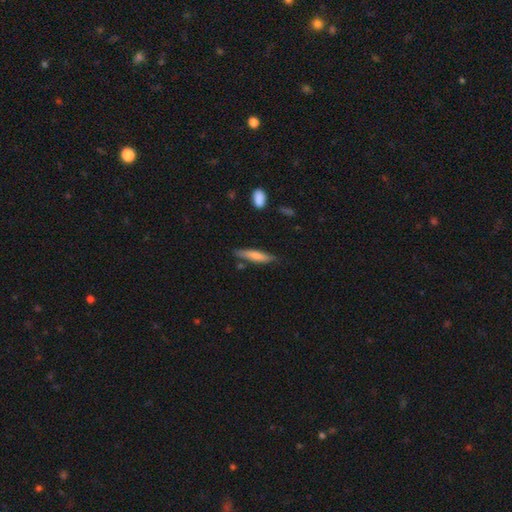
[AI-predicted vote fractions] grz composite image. It shows a smooth galaxy with no disk features (72%) that is cigar-shaped (83%). Merging: none (78%).